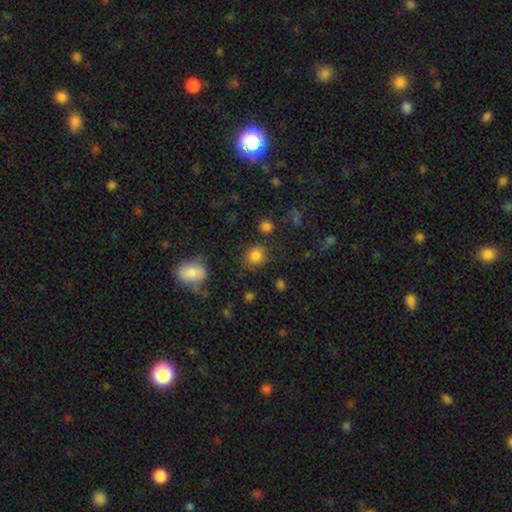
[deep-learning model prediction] Smooth or featured? smooth (81%)
How rounded? round (69%)
Merging? none (75%)